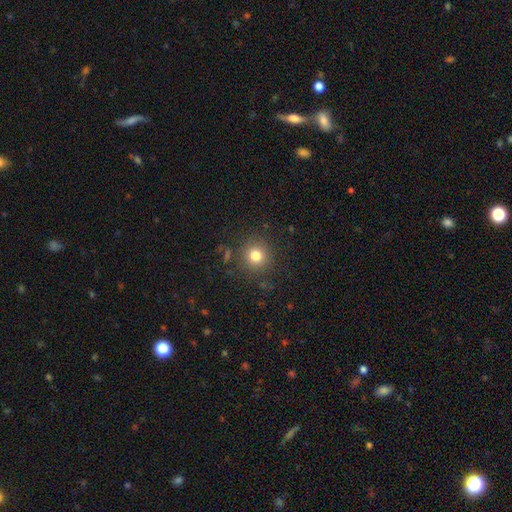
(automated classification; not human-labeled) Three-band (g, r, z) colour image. It shows a smooth galaxy with no disk features (79%) that is round (93%). Merging: none (86%).